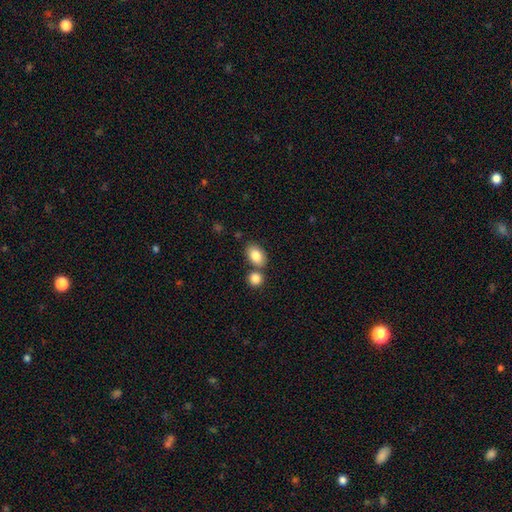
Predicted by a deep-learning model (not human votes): Smooth or featured?
  - smooth: 83% *
  - featured or disk: 9%
  - star or artifact: 7%
How rounded?
  - in between: 85% *
  - round: 13%
  - cigar-shaped: 1%
Merging?
  - none: 61% *
  - merger: 26%
  - minor disturbance: 10%
  - major disturbance: 3%